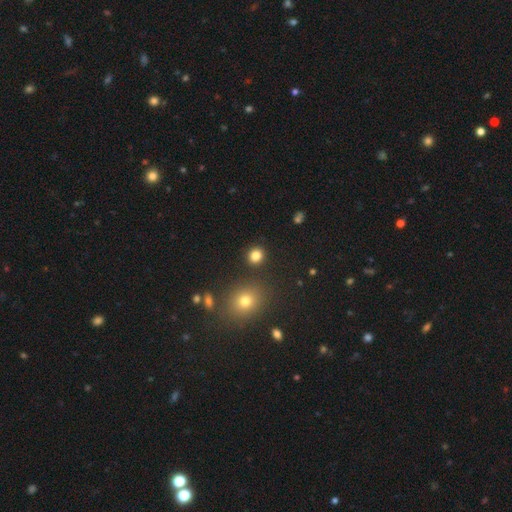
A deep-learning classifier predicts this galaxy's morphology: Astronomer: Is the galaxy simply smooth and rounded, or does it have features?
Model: smooth — 83%.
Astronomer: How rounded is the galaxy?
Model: round — 85%.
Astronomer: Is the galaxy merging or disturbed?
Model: none — 89%.